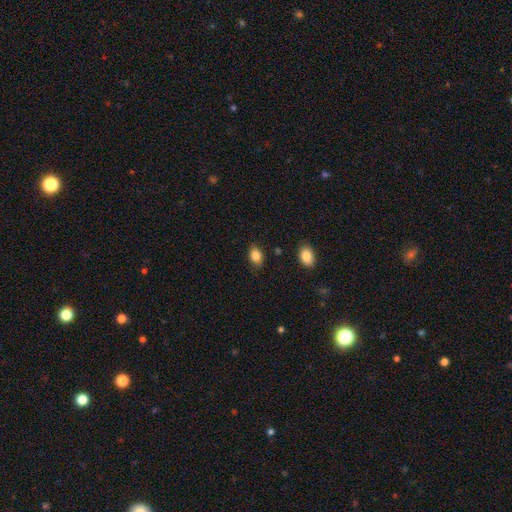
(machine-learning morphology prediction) A smooth galaxy with no disk features (85%) that is in between round and cigar-shaped (81%). Merging: none (83%).